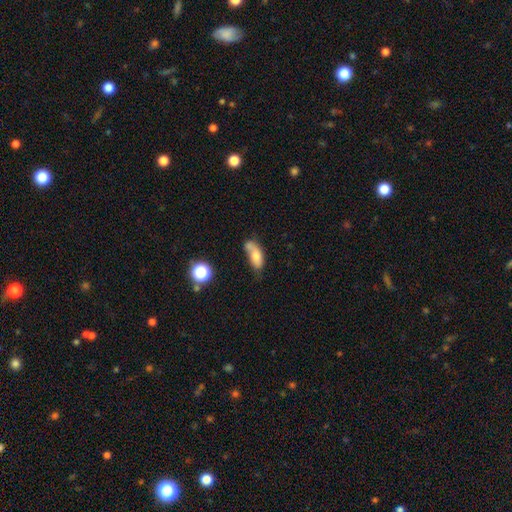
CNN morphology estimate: smooth-or-featured: smooth: 66% | featured or disk: 24% | star or artifact: 10%
  how-rounded: in between: 81% | cigar-shaped: 12% | round: 6%
  merging: none: 35% | merger: 26% | minor disturbance: 25% | major disturbance: 13%